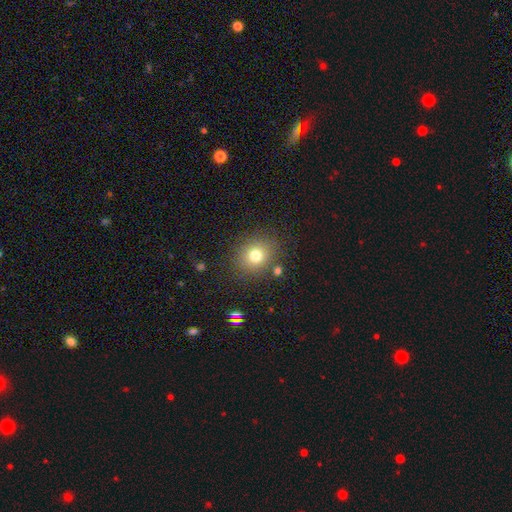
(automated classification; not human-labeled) Smooth or featured? Predicted: smooth (p=0.77). How rounded? Predicted: round (p=0.78). Merging? Predicted: none (p=0.83).